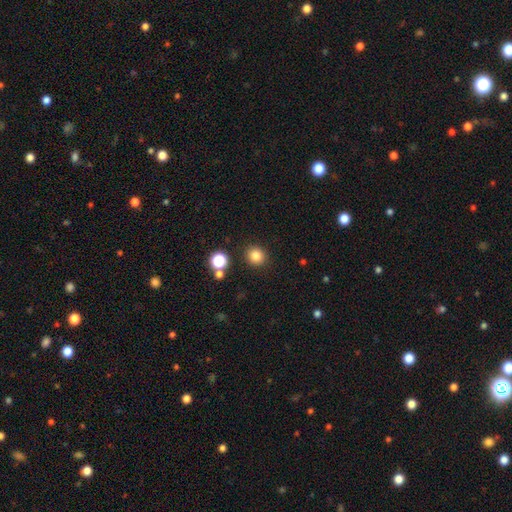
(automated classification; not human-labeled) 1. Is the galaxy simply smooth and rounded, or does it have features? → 82% smooth, 13% star or artifact, 5% featured or disk.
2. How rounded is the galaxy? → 90% round, 9% in between, 1% cigar-shaped.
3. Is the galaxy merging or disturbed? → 89% none, 6% minor disturbance, 2% merger, 2% major disturbance.